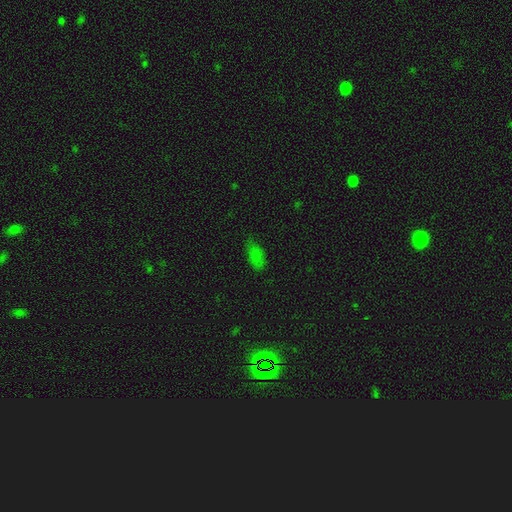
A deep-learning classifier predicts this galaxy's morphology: type=smooth (76%); roundness=in between (90%); merging=none (64%).